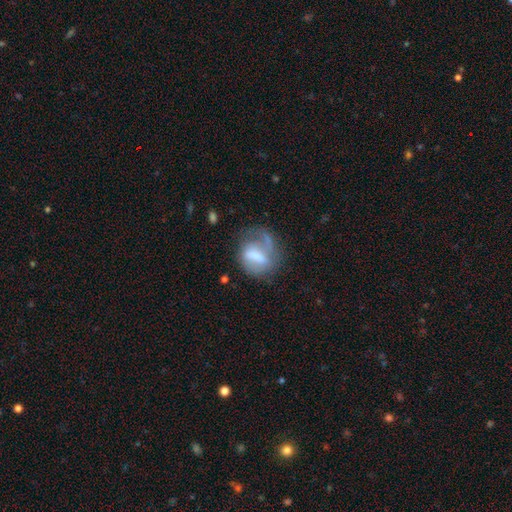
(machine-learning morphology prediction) Q: Smooth or featured?
A: featured or disk (50%); runner-up: smooth (41%)
Q: Edge-on disk?
A: no (95%); runner-up: yes (5%)
Q: Merging?
A: none (40%); runner-up: major disturbance (31%)